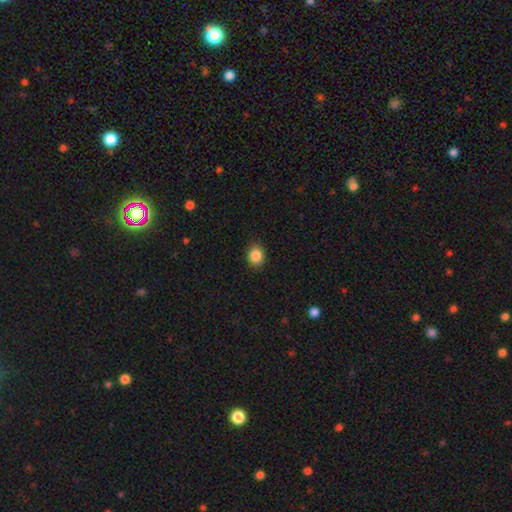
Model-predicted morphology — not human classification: A smooth galaxy with no disk features (87%) that is round (61%). Merging: none (89%).